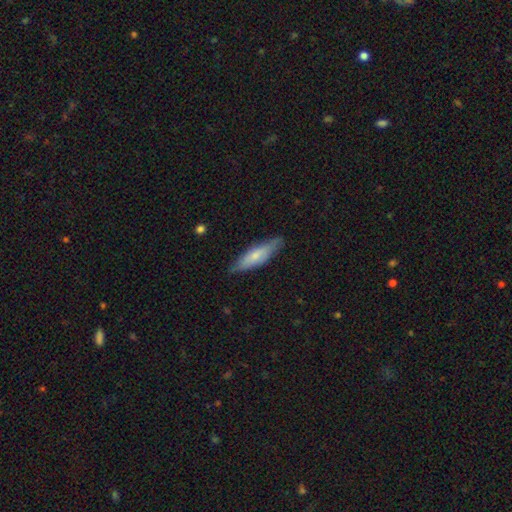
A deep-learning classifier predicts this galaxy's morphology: Smooth or featured?
  - smooth: 61% *
  - featured or disk: 33%
  - star or artifact: 6%
How rounded?
  - cigar-shaped: 64% *
  - in between: 35%
  - round: 2%
Merging?
  - none: 77% *
  - minor disturbance: 19%
  - major disturbance: 3%
  - merger: 1%